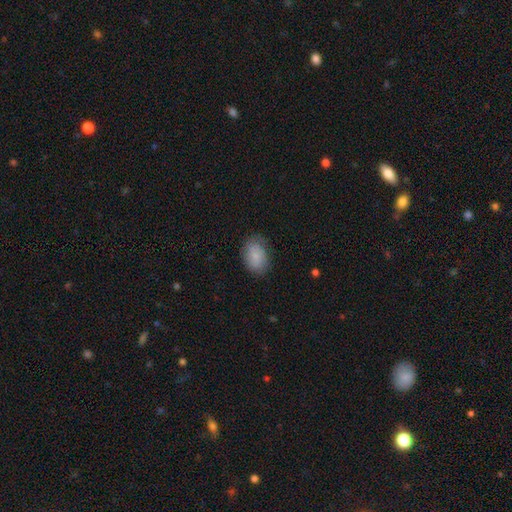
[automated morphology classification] The model was most divided on "merging": none: 75%, minor disturbance: 19%, major disturbance: 5%, merger: 1%. More confident: how rounded — in between (85%); smooth or featured — smooth (81%).